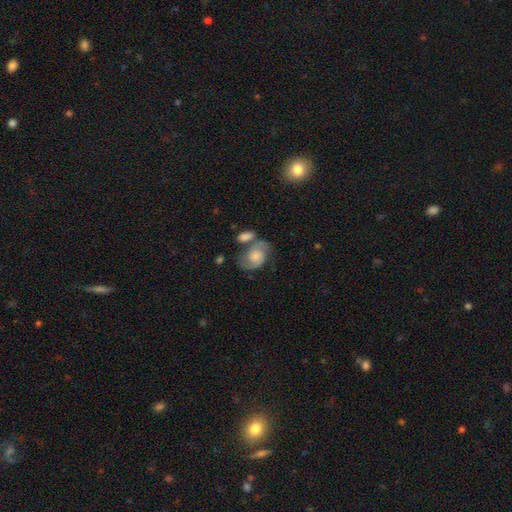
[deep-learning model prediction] featured or disk 71%, smooth 22%, star or artifact 7%. Down the decision tree: edge-on disk — no (97%); bar — no (67%); spiral arms — yes (92%); spiral arm count — 2 (89%); spiral winding — medium (51%); bulge size — moderate (38%); merging — none (46%).